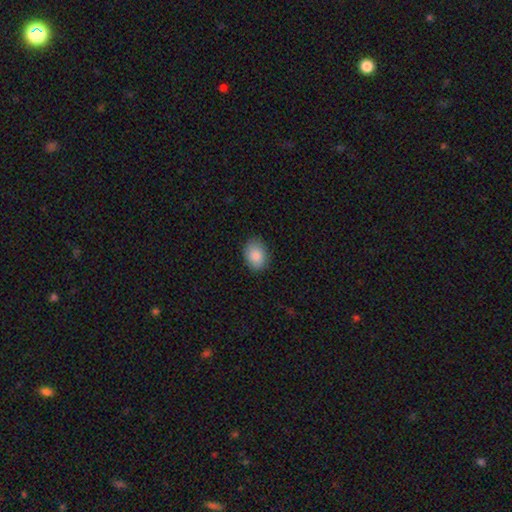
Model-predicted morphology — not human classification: A smooth galaxy with no disk features (88%) that is in between round and cigar-shaped (71%).

Vote fractions:
- Smooth or featured? smooth: 88% / star or artifact: 7% / featured or disk: 5%
- How rounded? in between: 71% / round: 28% / cigar-shaped: 1%
- Merging? none: 85% / minor disturbance: 11% / major disturbance: 3% / merger: 1%